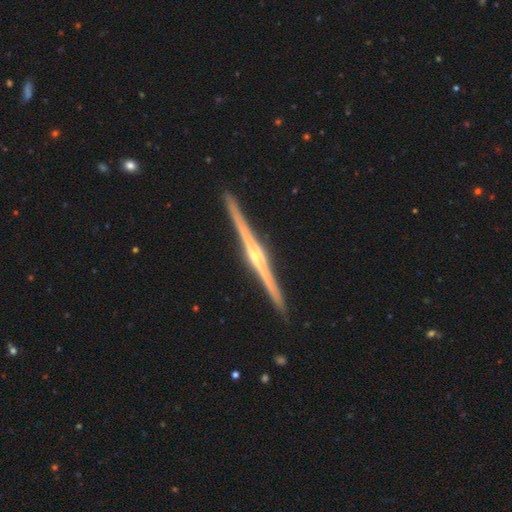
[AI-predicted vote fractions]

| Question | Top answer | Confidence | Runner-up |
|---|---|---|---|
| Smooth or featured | featured or disk | 90% | smooth (6%) |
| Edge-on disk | yes | 99% | no (1%) |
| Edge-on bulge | rounded | 85% | boxy (8%) |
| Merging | none | 93% | minor disturbance (5%) |